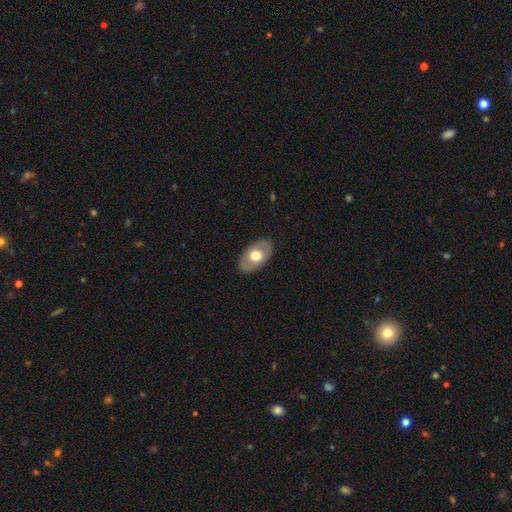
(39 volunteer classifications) Smooth or featured? smooth (54%)
How rounded? in between (95%)
Merging? none (79%)